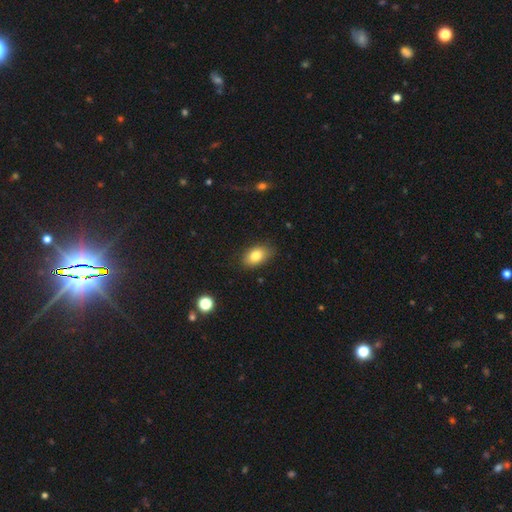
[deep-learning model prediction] Smooth or featured? Predicted: smooth (p=0.82). How rounded? Predicted: in between (p=0.88). Merging? Predicted: none (p=0.82).